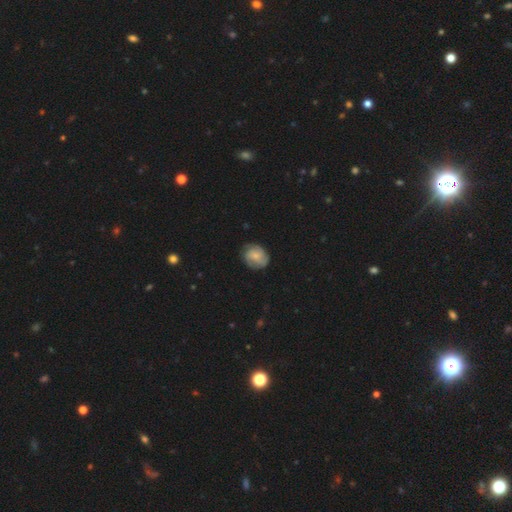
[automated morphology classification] Smooth or featured? Predicted: featured or disk (p=0.48). Merging? Predicted: none (p=0.76).